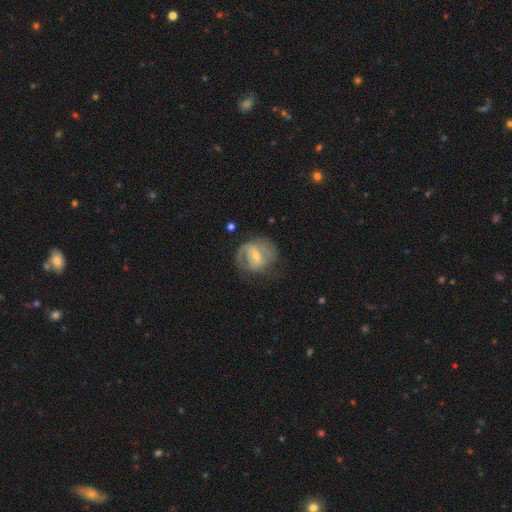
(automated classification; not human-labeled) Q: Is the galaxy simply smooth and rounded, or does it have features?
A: featured or disk — 73%.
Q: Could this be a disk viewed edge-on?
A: no — 97%.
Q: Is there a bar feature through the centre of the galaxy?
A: weak — 51%.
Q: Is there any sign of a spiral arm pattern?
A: yes — 80%.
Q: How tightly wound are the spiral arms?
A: tight — 45%.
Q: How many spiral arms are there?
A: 2 — 43%.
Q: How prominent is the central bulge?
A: moderate — 49%.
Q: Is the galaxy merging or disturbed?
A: none — 55%.